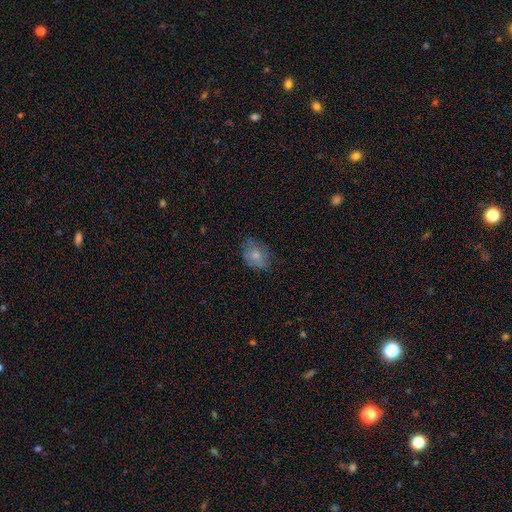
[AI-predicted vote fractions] Q: Smooth or featured?
A: smooth (73%); runner-up: featured or disk (19%)
Q: How rounded?
A: in between (70%); runner-up: round (29%)
Q: Merging?
A: none (67%); runner-up: minor disturbance (25%)